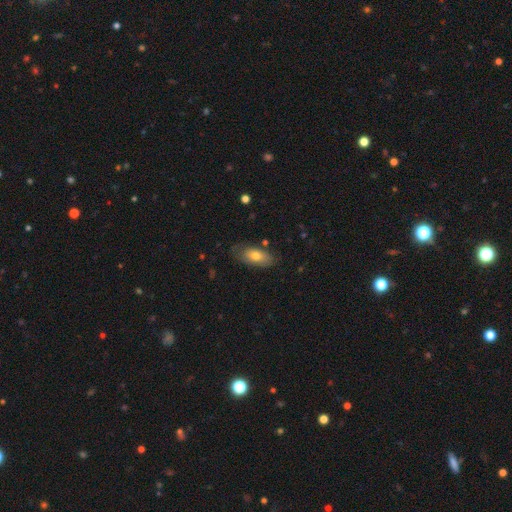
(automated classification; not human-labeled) The model was most divided on "smooth or featured": smooth: 66%, featured or disk: 27%, star or artifact: 7%. More confident: how rounded — in between (88%); merging — none (70%).